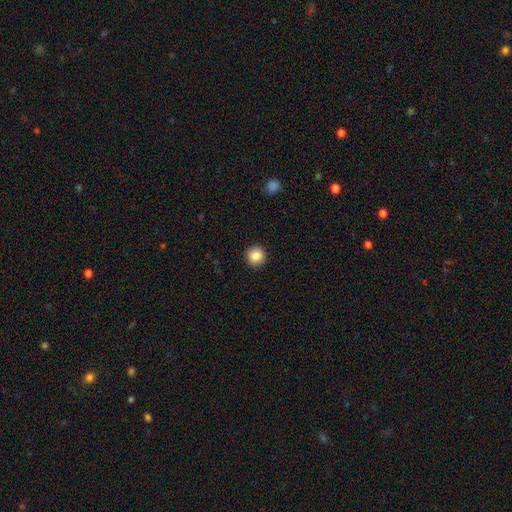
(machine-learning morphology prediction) type=smooth (87%); roundness=round (95%); merging=none (93%).